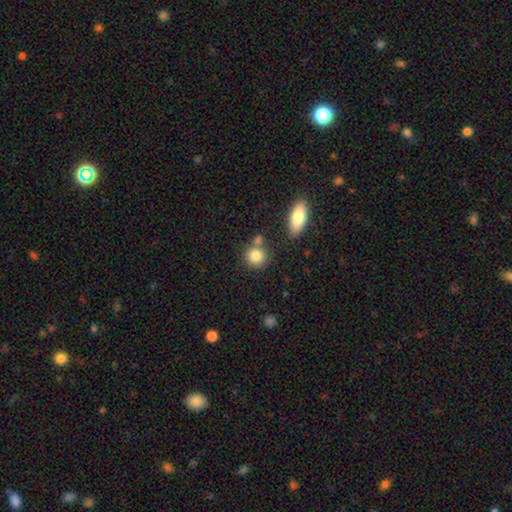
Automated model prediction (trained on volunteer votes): Smooth or featured? Predicted: smooth (p=0.84). How rounded? Predicted: round (p=0.84). Merging? Predicted: none (p=0.66).